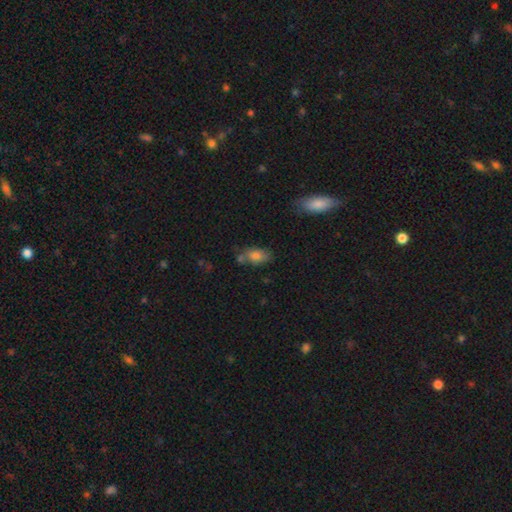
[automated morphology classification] This is clearly a smooth galaxy (80%). How rounded: clearly in between (88%). Merging: possibly none (54%).